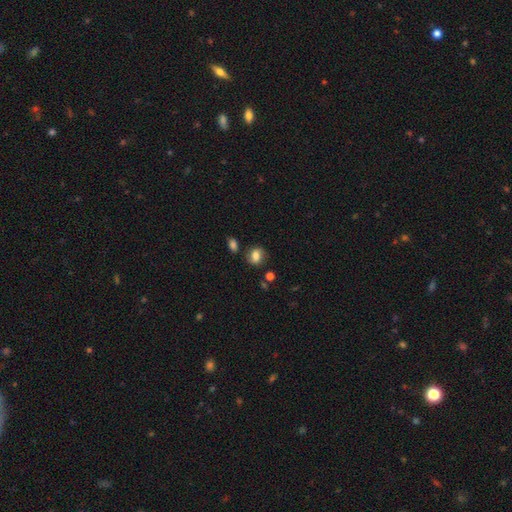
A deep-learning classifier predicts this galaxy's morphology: smooth 75%, featured or disk 14%, star or artifact 11%. Down the decision tree: how rounded — in between (51%); merging — none (70%).